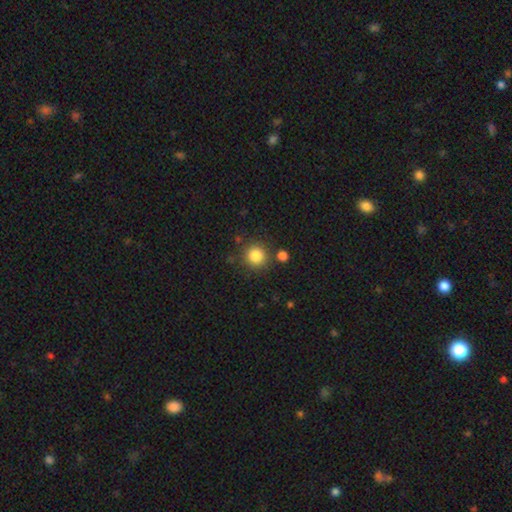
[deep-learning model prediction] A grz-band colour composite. It shows a smooth galaxy with no disk features (85%) that is round (93%). Merging: none (82%).